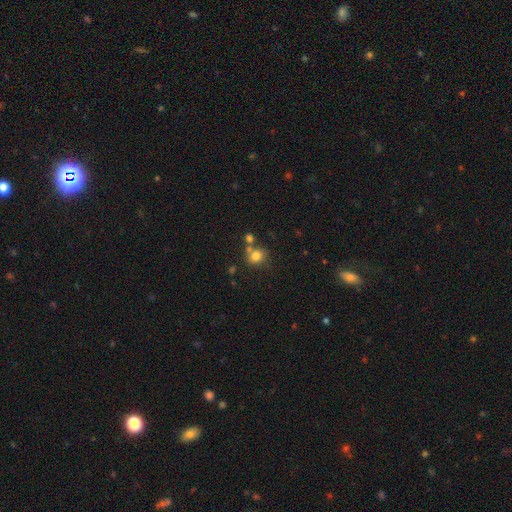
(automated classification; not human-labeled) The model was most divided on "merging": none: 58%, merger: 25%, minor disturbance: 12%, major disturbance: 5%. More confident: smooth or featured — smooth (79%); how rounded — round (77%).